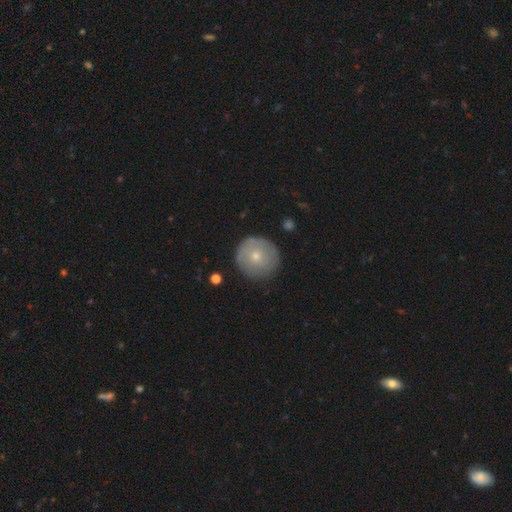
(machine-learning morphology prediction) This is likely a smooth galaxy (66%). How rounded: clearly round (95%). Merging: clearly none (84%).